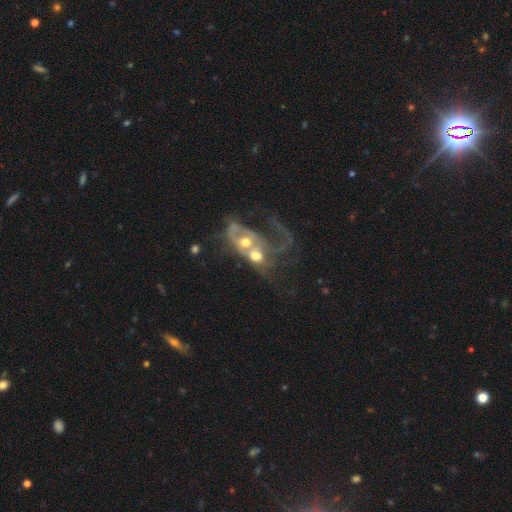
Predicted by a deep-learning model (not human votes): A featured or disk galaxy (63%) with no bar (77%), no spiral arms (51%) and a moderate central bulge (64%).

Vote fractions:
- Smooth or featured? featured or disk: 63% / smooth: 28% / star or artifact: 10%
- Edge-on disk? no: 94% / yes: 6%
- Bar? no: 77% / weak: 18% / strong: 5%
- Spiral arms? no: 51% / yes: 49%
- Bulge size? moderate: 64% / large: 17% / small: 13% / none: 4% / dominant: 2%
- Merging? merger: 75% / major disturbance: 14% / none: 7% / minor disturbance: 4%